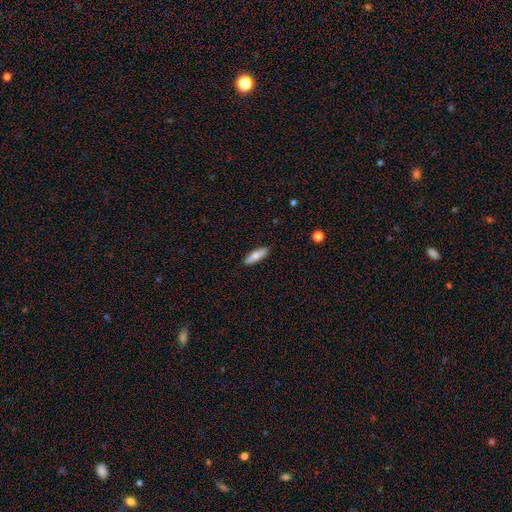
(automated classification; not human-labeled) Smooth or featured: smooth — 72% (featured or disk — 22%)
How rounded: cigar-shaped — 57% (in between — 41%)
Merging: none — 88% (minor disturbance — 9%)